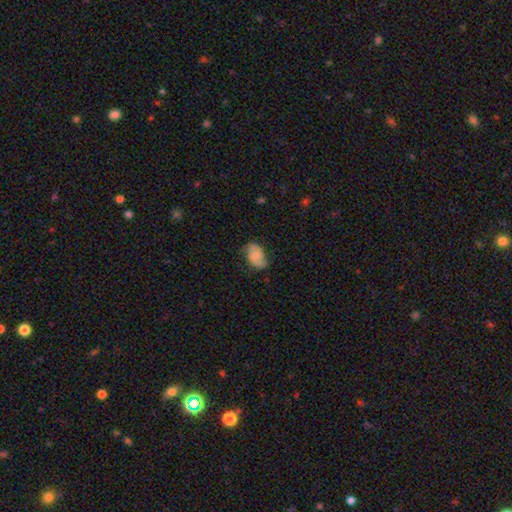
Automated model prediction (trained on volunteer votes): featured or disk 50%, smooth 43%, star or artifact 7%. Down the decision tree: merging — none (67%).